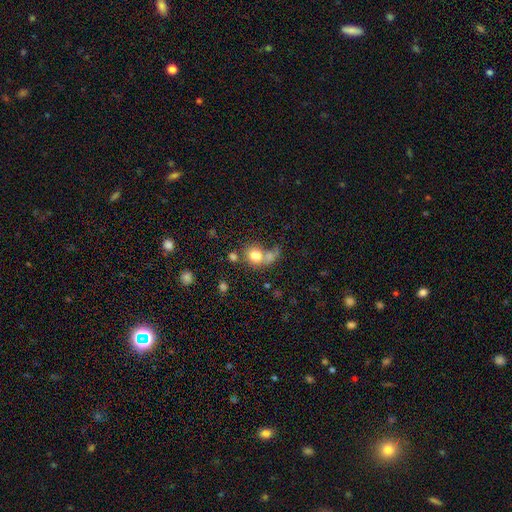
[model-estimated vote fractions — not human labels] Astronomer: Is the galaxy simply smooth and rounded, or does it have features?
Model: smooth — 77%.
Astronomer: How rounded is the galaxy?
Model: round — 73%.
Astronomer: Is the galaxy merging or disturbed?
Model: none — 41% (runner-up: merger, 38%).